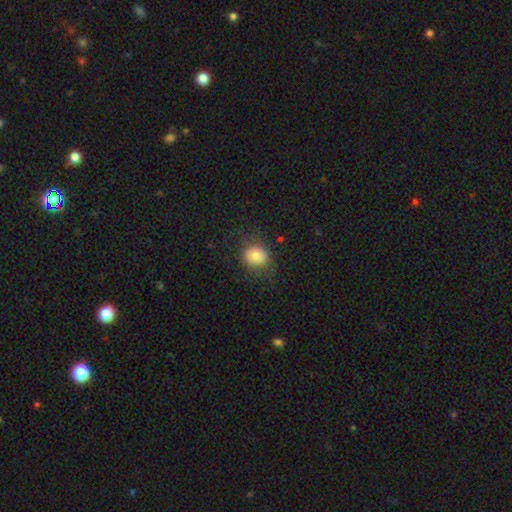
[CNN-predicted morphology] Q: Smooth or featured?
A: smooth (78%); runner-up: featured or disk (12%)
Q: How rounded?
A: round (70%); runner-up: in between (30%)
Q: Merging?
A: none (75%); runner-up: minor disturbance (15%)